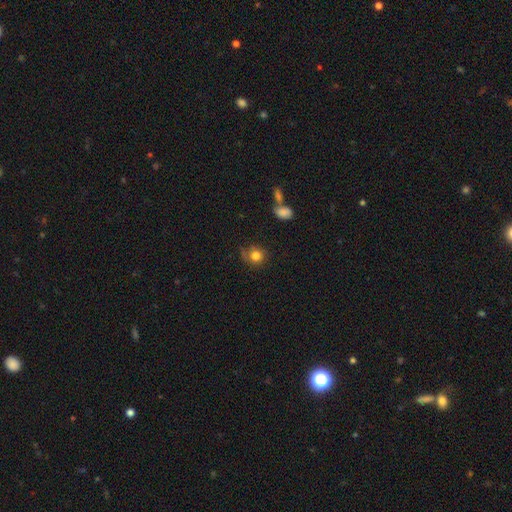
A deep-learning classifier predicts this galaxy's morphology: Smooth or featured: smooth — 81% (star or artifact — 10%)
How rounded: round — 81% (in between — 18%)
Merging: none — 59% (minor disturbance — 27%)